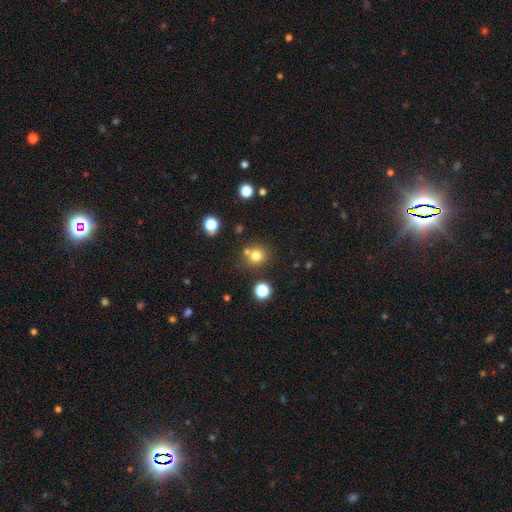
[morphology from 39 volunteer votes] Smooth or featured?
  - smooth: 74% *
  - featured or disk: 15%
  - star or artifact: 10%
How rounded?
  - round: 86% *
  - in between: 14%
  - cigar-shaped: 0%
Merging?
  - none: 77% *
  - minor disturbance: 11%
  - merger: 11%
  - major disturbance: 0%